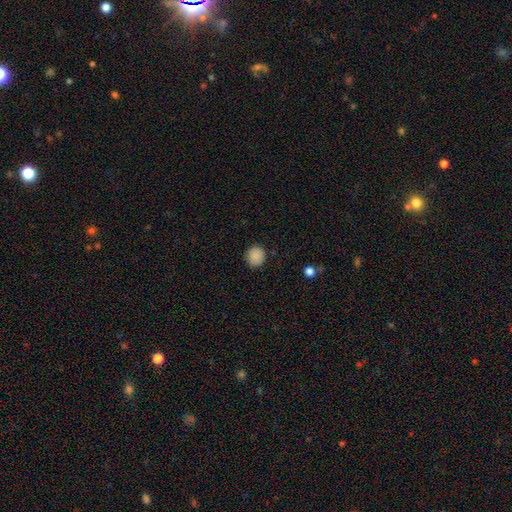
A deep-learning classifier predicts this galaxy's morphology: A smooth galaxy with no disk features (88%) that is round (89%).

Vote fractions:
- Smooth or featured? smooth: 88% / star or artifact: 9% / featured or disk: 3%
- How rounded? round: 89% / in between: 11% / cigar-shaped: 1%
- Merging? none: 88% / minor disturbance: 9% / major disturbance: 2% / merger: 1%